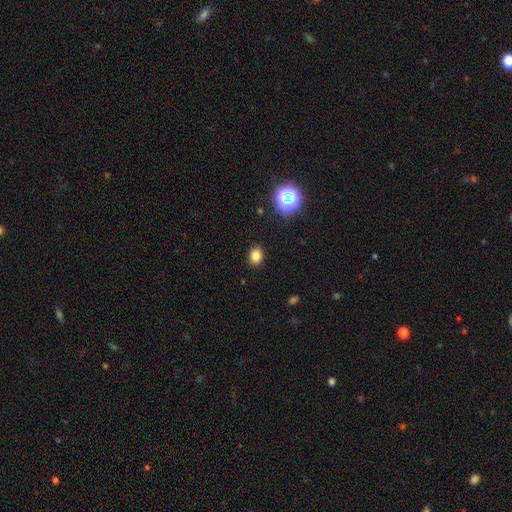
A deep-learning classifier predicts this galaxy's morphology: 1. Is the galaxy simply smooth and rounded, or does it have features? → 81% smooth, 14% star or artifact, 4% featured or disk.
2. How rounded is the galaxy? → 50% in between, 49% round, 1% cigar-shaped.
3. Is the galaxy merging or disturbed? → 89% none, 7% minor disturbance, 2% major disturbance, 1% merger.